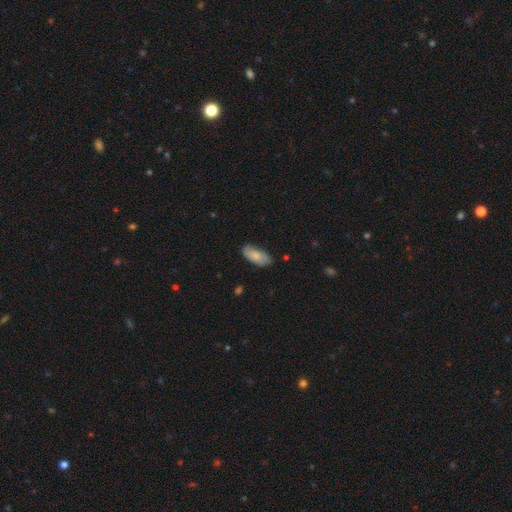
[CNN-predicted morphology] A smooth galaxy with no disk features (75%) that is in between round and cigar-shaped (90%).

Vote fractions:
- Smooth or featured? smooth: 75% / featured or disk: 19% / star or artifact: 6%
- How rounded? in between: 90% / cigar-shaped: 8% / round: 2%
- Merging? none: 75% / minor disturbance: 20% / major disturbance: 3% / merger: 1%